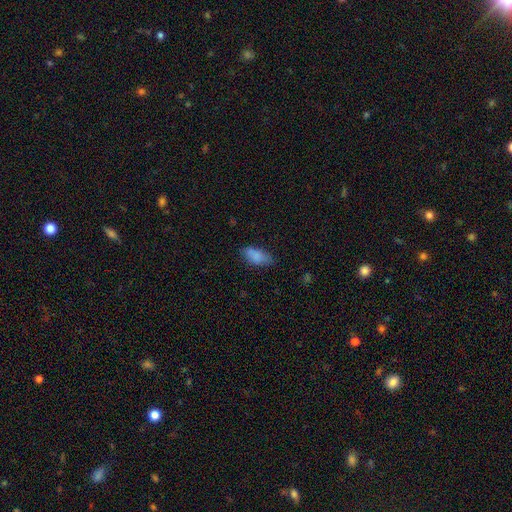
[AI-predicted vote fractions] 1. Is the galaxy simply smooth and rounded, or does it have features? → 81% smooth, 10% featured or disk, 8% star or artifact.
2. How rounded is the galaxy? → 87% in between, 10% cigar-shaped, 3% round.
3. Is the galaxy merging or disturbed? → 66% none, 24% minor disturbance, 6% major disturbance, 4% merger.